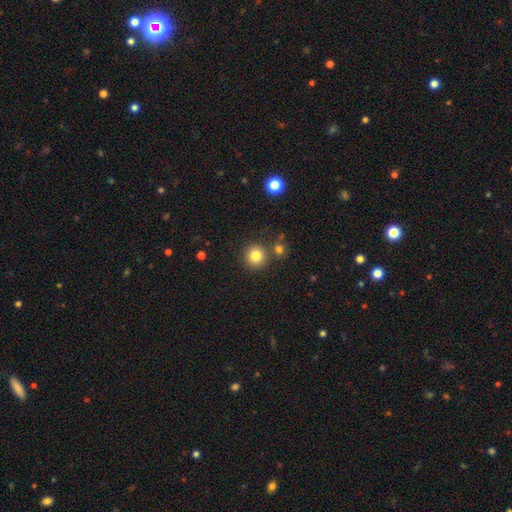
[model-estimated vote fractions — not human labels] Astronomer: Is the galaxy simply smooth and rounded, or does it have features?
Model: smooth — 82%.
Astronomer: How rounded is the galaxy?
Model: round — 93%.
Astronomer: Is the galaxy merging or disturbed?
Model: none — 82%.